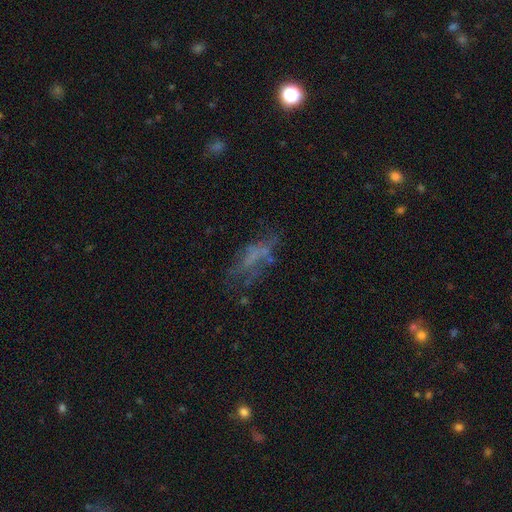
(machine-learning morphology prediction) featured or disk 43%, smooth 37%, star or artifact 20%. Down the decision tree: merging — none (44%).